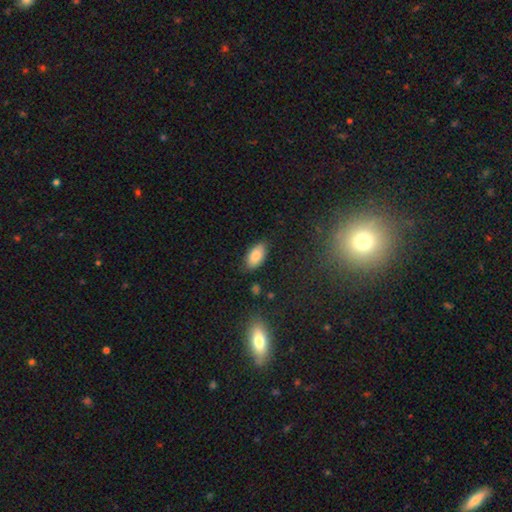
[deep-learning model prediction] The model was most divided on "merging": none: 81%, minor disturbance: 14%, major disturbance: 3%, merger: 2%. More confident: how rounded — in between (93%); smooth or featured — smooth (83%).